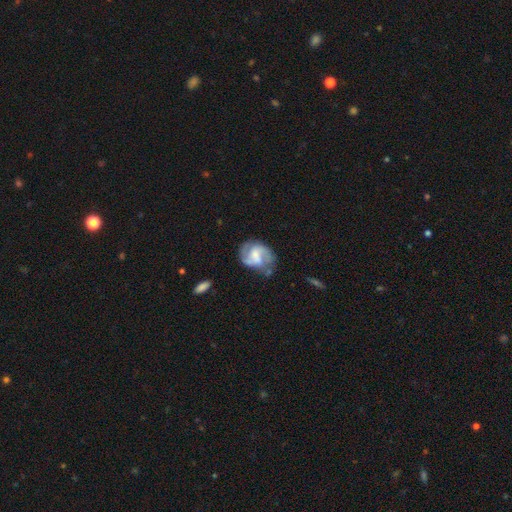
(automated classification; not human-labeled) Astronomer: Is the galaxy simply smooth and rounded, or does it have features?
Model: featured or disk — 71%.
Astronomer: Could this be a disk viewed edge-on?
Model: no — 98%.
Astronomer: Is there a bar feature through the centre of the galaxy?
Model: weak — 48% (runner-up: no, 34%).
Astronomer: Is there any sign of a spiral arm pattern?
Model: yes — 86%.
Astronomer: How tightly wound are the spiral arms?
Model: medium — 49% (runner-up: loose, 26%).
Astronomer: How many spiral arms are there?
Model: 2 — 71%.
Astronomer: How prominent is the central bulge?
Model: moderate — 35% (runner-up: small, 27%).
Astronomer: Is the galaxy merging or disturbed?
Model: none — 51% (runner-up: minor disturbance, 27%).